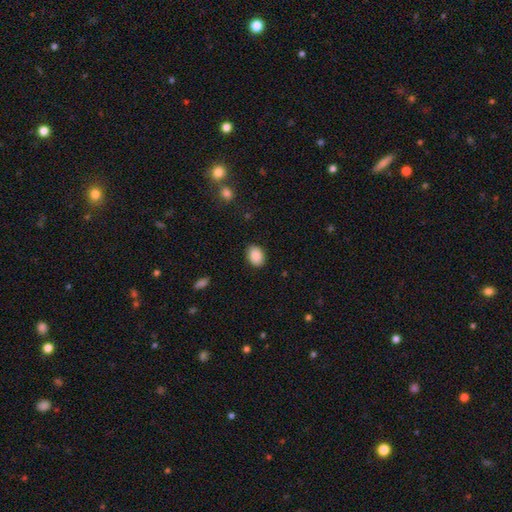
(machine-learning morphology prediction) smooth-or-featured: smooth: 90% | star or artifact: 7% | featured or disk: 3%
  how-rounded: in between: 78% | round: 21% | cigar-shaped: 1%
  merging: none: 88% | minor disturbance: 9% | major disturbance: 2% | merger: 1%